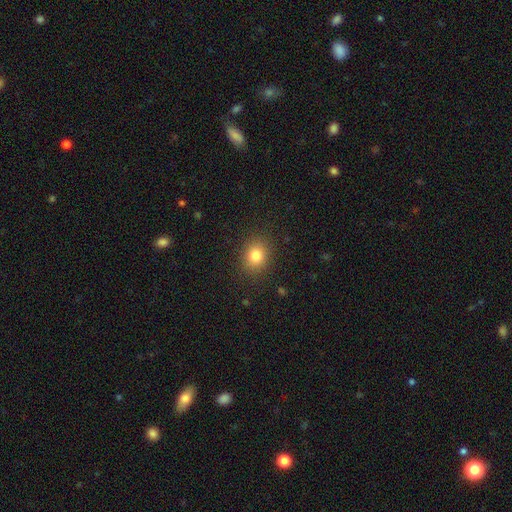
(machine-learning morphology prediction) Smooth or featured: smooth — 81% (star or artifact — 12%)
How rounded: round — 64% (in between — 35%)
Merging: none — 88% (minor disturbance — 8%)